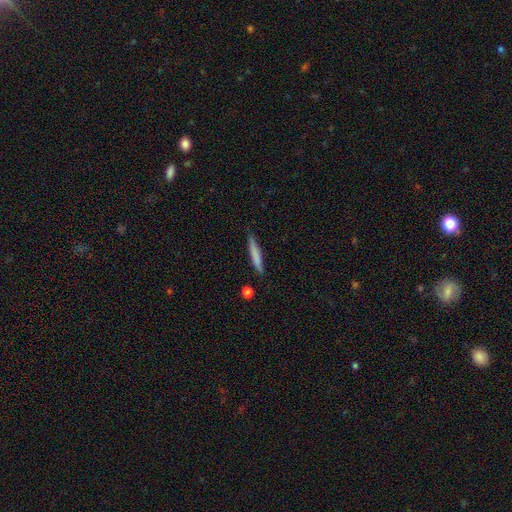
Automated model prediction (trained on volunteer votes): A smooth galaxy with no disk features (73%) that is cigar-shaped (94%). Merging: none (85%).